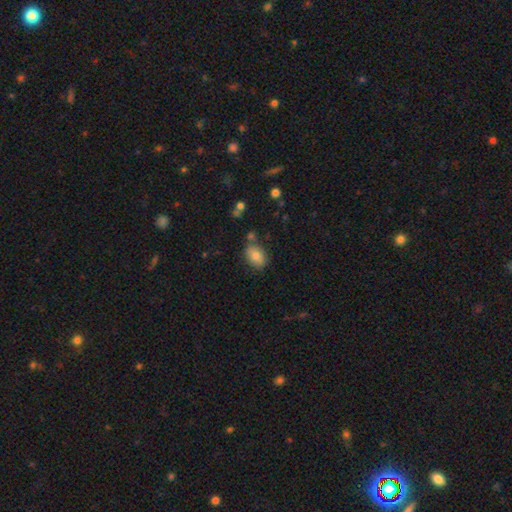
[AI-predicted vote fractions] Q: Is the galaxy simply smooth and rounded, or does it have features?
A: smooth — 80%.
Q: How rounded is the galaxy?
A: in between — 79%.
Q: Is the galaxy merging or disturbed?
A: none — 75%.